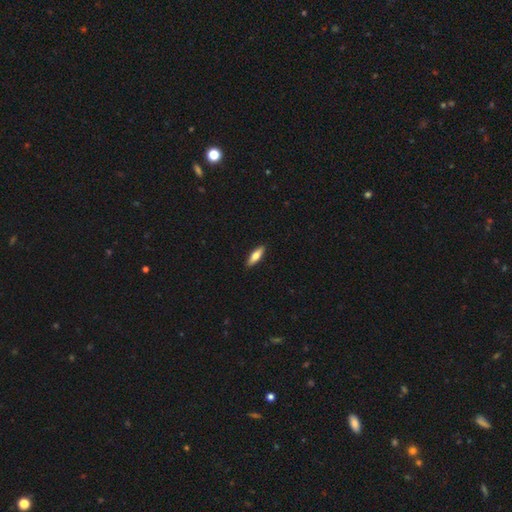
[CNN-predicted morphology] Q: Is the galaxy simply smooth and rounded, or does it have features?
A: smooth — 68%.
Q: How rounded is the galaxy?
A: in between — 49%.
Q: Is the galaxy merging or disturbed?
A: none — 90%.